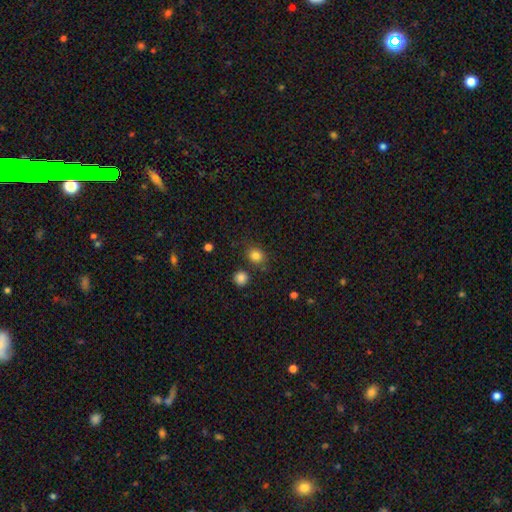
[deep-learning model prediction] Overall: smooth (83%). How rounded: round (75%). Merging: none (78%).